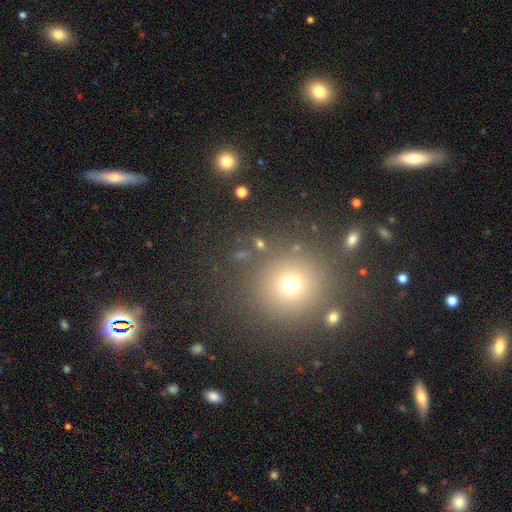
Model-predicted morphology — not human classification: Smooth or featured?
  - smooth: 58% *
  - star or artifact: 31%
  - featured or disk: 11%
How rounded?
  - round: 93% *
  - in between: 6%
  - cigar-shaped: 1%
Merging?
  - none: 86% *
  - minor disturbance: 7%
  - merger: 4%
  - major disturbance: 3%